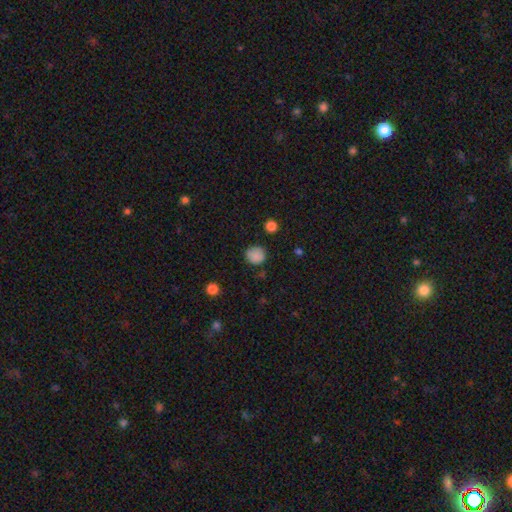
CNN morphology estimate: Smooth or featured: smooth — 85% (star or artifact — 11%)
How rounded: round — 89% (in between — 10%)
Merging: none — 83% (minor disturbance — 12%)